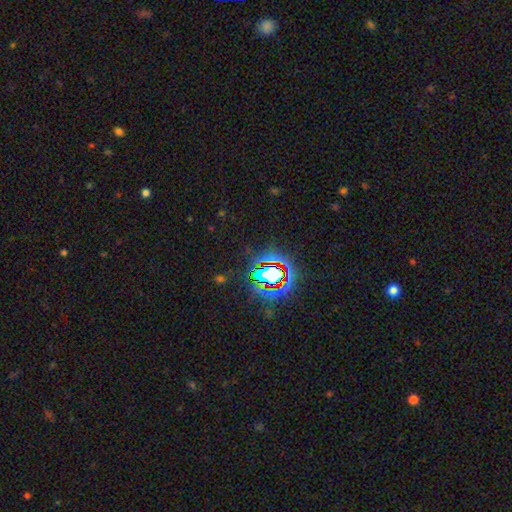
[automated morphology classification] Q: Smooth or featured?
A: star or artifact (79%); runner-up: smooth (12%)